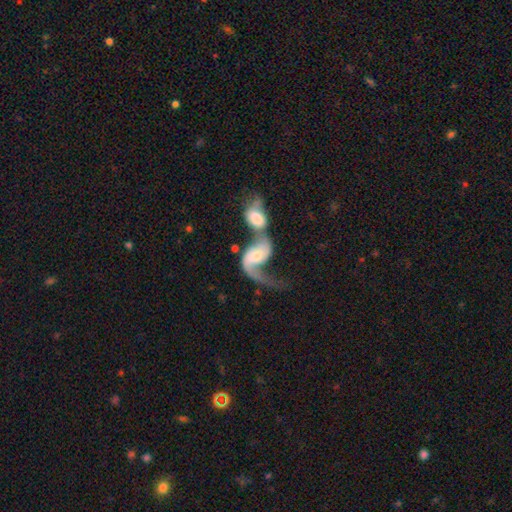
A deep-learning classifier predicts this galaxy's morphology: featured or disk 70%, smooth 23%, star or artifact 7%. Down the decision tree: edge-on disk — no (96%); bar — no (54%); spiral arms — yes (87%); spiral arm count — 2 (59%); spiral winding — loose (86%); bulge size — moderate (35%); merging — merger (71%).